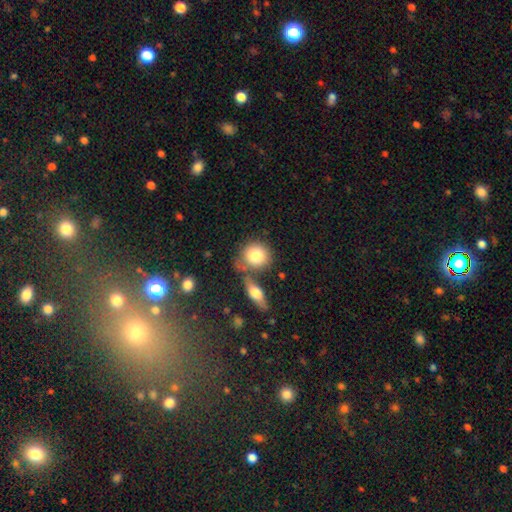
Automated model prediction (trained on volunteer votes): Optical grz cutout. It shows a smooth galaxy with no disk features (80%) that is round (78%). Merging: none (57%).